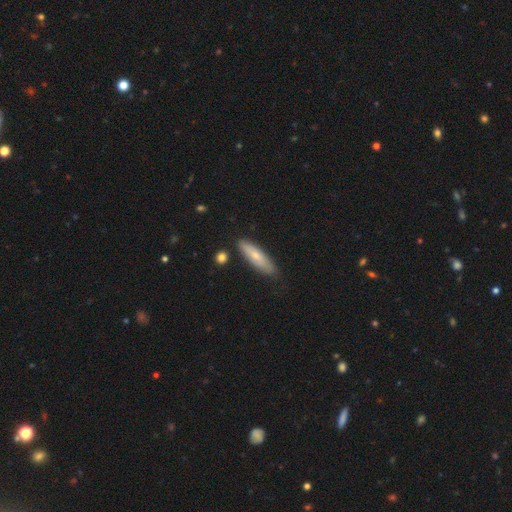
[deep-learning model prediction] Morphology: type=smooth (66%); roundness=cigar-shaped (63%); merging=none (81%).